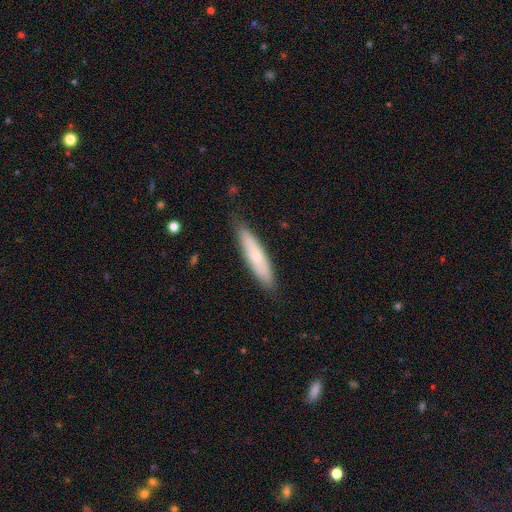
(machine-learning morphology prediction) A smooth galaxy with no disk features (57%) that is cigar-shaped (78%).

Vote fractions:
- Smooth or featured? smooth: 57% / featured or disk: 36% / star or artifact: 6%
- How rounded? cigar-shaped: 78% / in between: 20% / round: 2%
- Merging? none: 83% / minor disturbance: 14% / major disturbance: 2% / merger: 1%